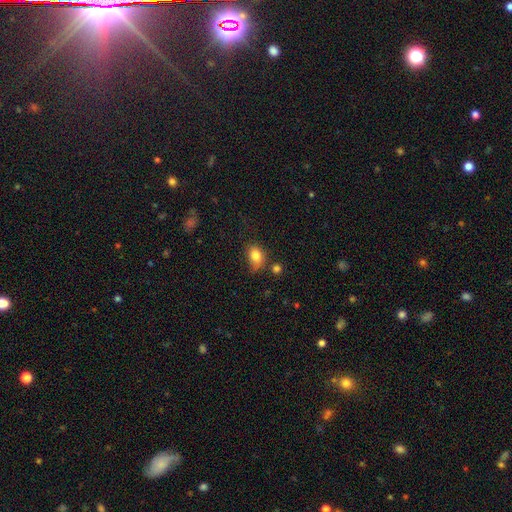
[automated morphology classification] smooth_or_featured: smooth (p=0.83) [alt: star or artifact p=0.10]
how_rounded: in between (p=0.74) [alt: round p=0.25]
merging: none (p=0.57) [alt: minor disturbance p=0.30]